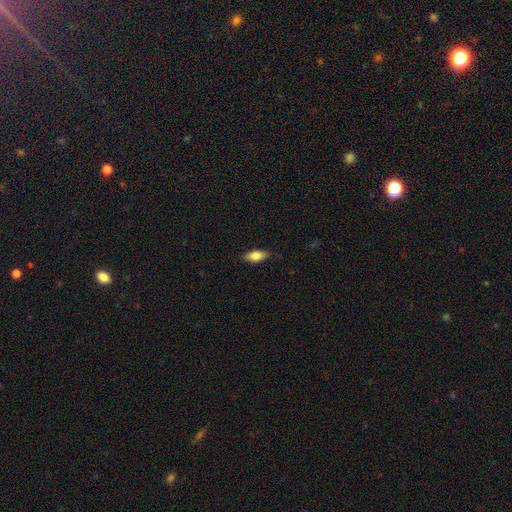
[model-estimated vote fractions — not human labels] Smooth or featured? Predicted: smooth (p=0.75). How rounded? Predicted: in between (p=0.80). Merging? Predicted: none (p=0.81).